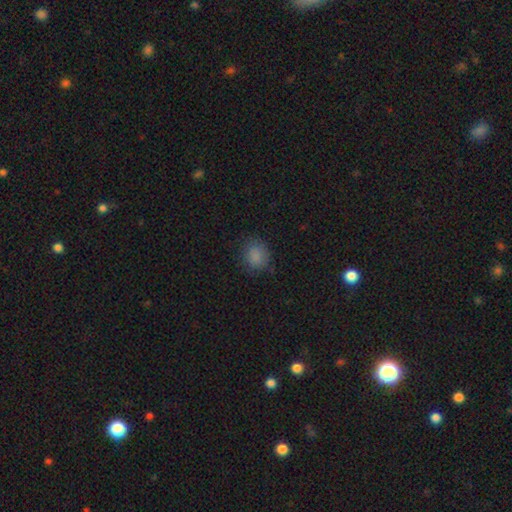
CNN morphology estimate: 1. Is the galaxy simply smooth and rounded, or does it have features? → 85% smooth, 11% star or artifact, 4% featured or disk.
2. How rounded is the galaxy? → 75% round, 25% in between, 1% cigar-shaped.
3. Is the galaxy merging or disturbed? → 81% none, 14% minor disturbance, 4% major disturbance, 1% merger.